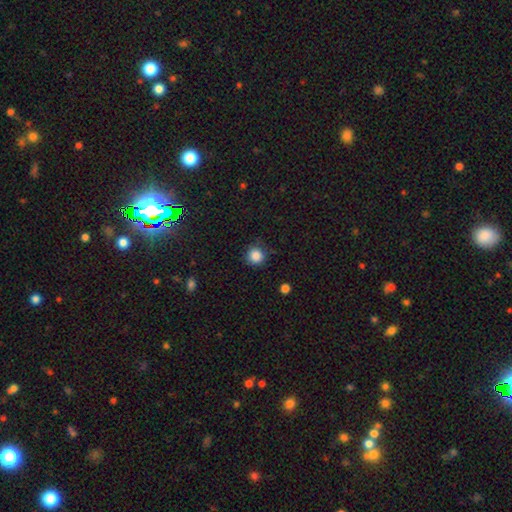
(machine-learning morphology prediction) smooth-or-featured: smooth: 86% | star or artifact: 11% | featured or disk: 3%
  how-rounded: round: 94% | in between: 5% | cigar-shaped: 1%
  merging: none: 86% | minor disturbance: 10% | major disturbance: 3% | merger: 1%